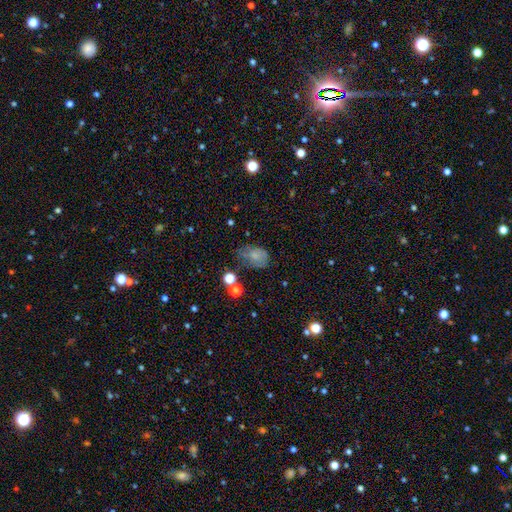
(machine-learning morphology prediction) This appears to be a smooth galaxy with no disk features (65%) that is in between round and cigar-shaped (68%). Merging: none (35%).